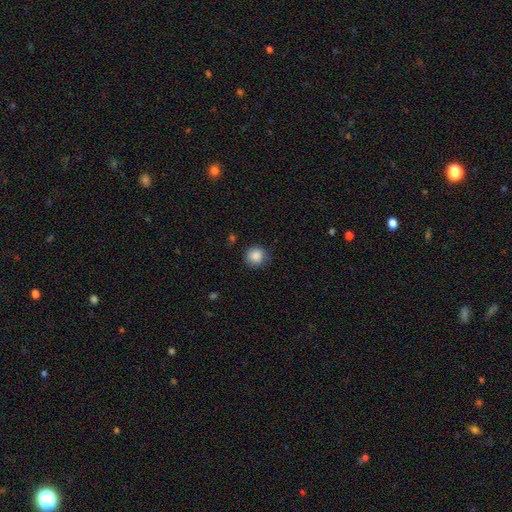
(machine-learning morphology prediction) This is clearly a smooth galaxy (88%). How rounded: clearly round (90%). Merging: clearly none (82%).